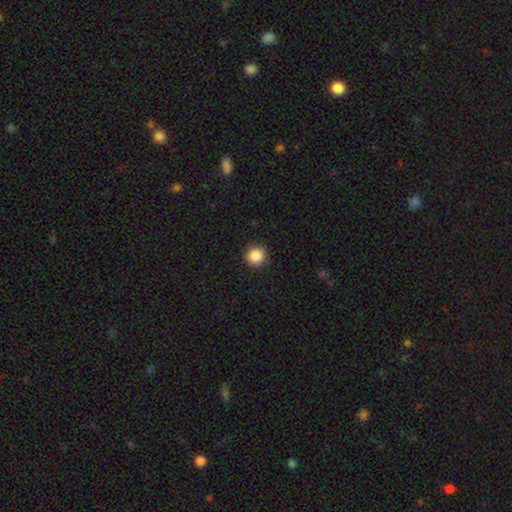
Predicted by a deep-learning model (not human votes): smooth 87%, star or artifact 9%, featured or disk 3%. Down the decision tree: how rounded — round (94%); merging — none (91%).